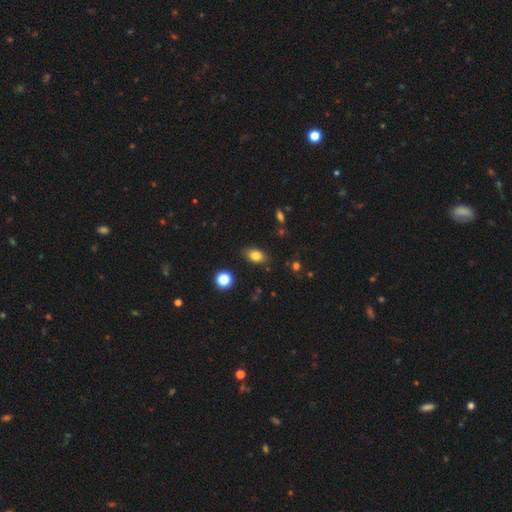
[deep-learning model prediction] A smooth galaxy with no disk features (81%) that is in between round and cigar-shaped (83%).

Vote fractions:
- Smooth or featured? smooth: 81% / star or artifact: 11% / featured or disk: 8%
- How rounded? in between: 83% / round: 15% / cigar-shaped: 2%
- Merging? none: 84% / minor disturbance: 11% / major disturbance: 3% / merger: 2%